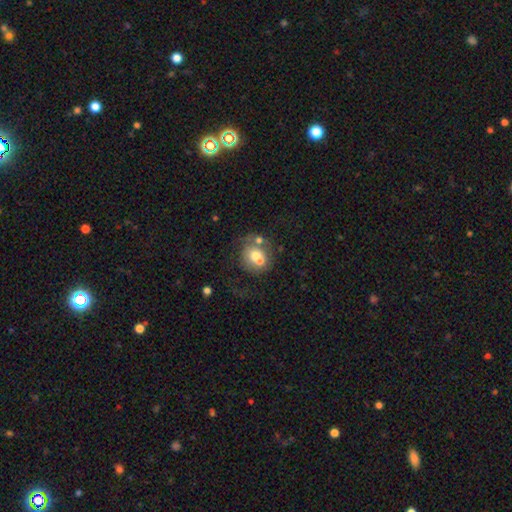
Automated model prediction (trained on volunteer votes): smooth 56%, featured or disk 34%, star or artifact 10%. Down the decision tree: how rounded — round (77%); merging — merger (46%).